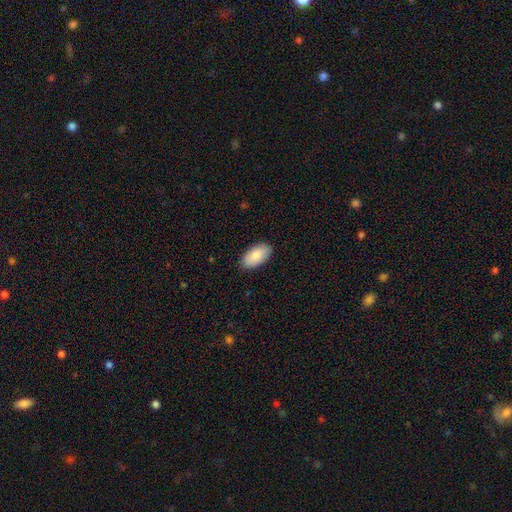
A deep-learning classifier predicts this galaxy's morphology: Q: Smooth or featured?
A: smooth (88%); runner-up: featured or disk (7%)
Q: How rounded?
A: in between (95%); runner-up: cigar-shaped (3%)
Q: Merging?
A: none (87%); runner-up: minor disturbance (10%)